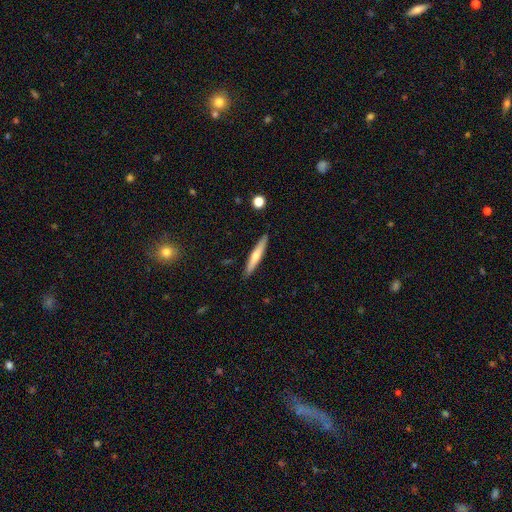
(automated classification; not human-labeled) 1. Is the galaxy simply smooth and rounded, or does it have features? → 50% smooth, 44% featured or disk, 6% star or artifact.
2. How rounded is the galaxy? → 92% cigar-shaped, 6% in between, 1% round.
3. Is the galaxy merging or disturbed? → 90% none, 7% minor disturbance, 1% major disturbance, 1% merger.